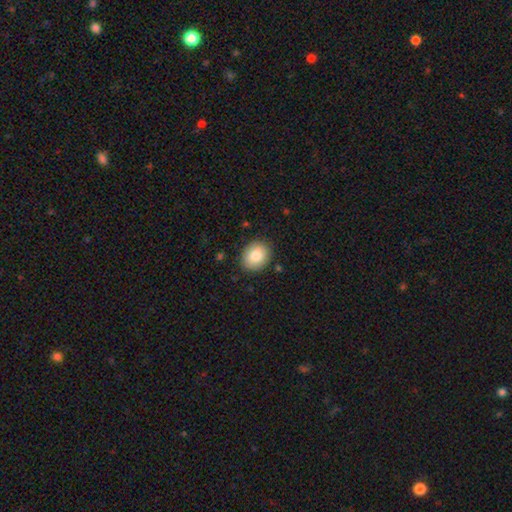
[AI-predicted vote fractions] smooth-or-featured: smooth: 84% | featured or disk: 9% | star or artifact: 8%
  how-rounded: round: 50% | in between: 49% | cigar-shaped: 1%
  merging: none: 87% | minor disturbance: 9% | major disturbance: 2% | merger: 1%